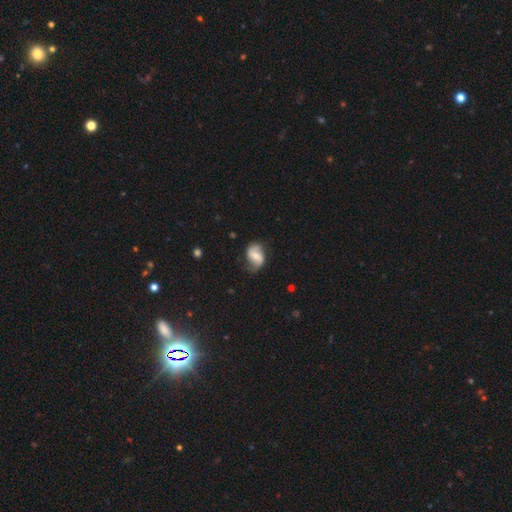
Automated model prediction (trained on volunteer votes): This is likely a featured or disk galaxy (67%). It is clearly not viewed edge-on (97%). Bar: marginally weak (43%). Spiral arm pattern: clearly yes (90%). Spiral arm count: clearly 2 (86%). Spiral winding: possibly loose (54%). Central bulge: possibly moderate (57%). Merging: likely none (65%).